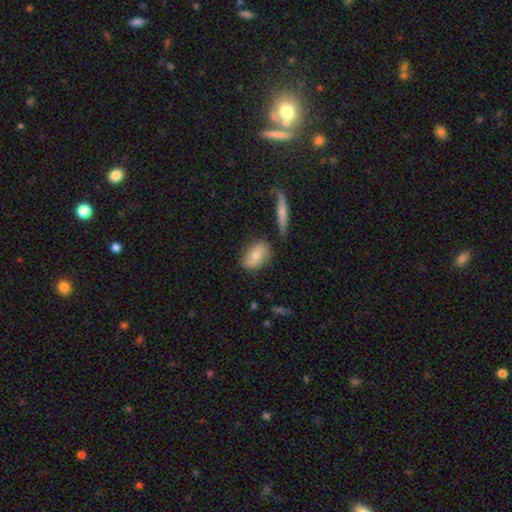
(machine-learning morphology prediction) Smooth or featured? smooth (63%)
How rounded? in between (81%)
Merging? none (73%)